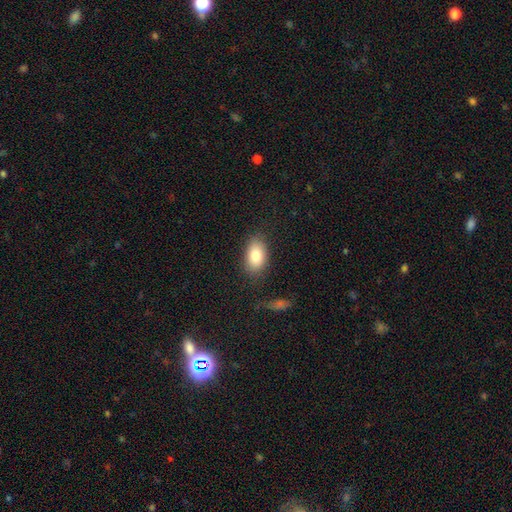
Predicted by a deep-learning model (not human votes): Smooth or featured? Predicted: smooth (p=0.81). How rounded? Predicted: in between (p=0.90). Merging? Predicted: none (p=0.81).